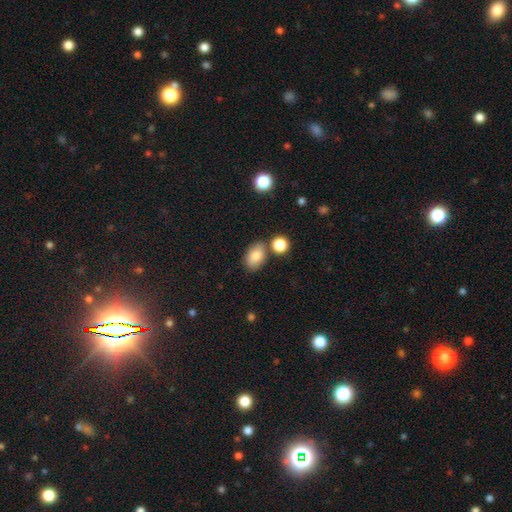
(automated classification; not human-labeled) smooth 82%, featured or disk 10%, star or artifact 9%. Down the decision tree: how rounded — in between (86%); merging — none (73%).